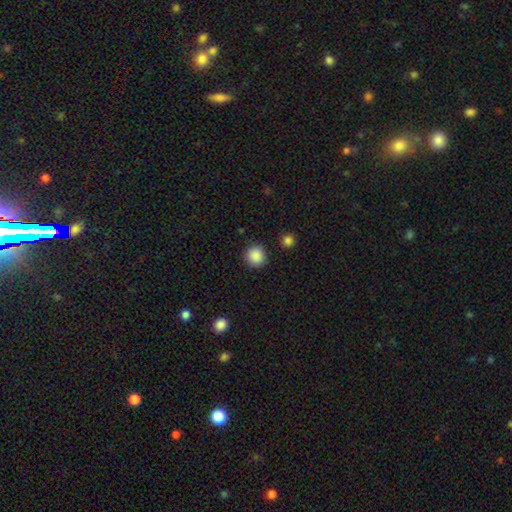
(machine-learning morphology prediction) smooth-or-featured: smooth: 88% | star or artifact: 9% | featured or disk: 3%
  how-rounded: round: 94% | in between: 5% | cigar-shaped: 1%
  merging: none: 89% | minor disturbance: 7% | major disturbance: 2% | merger: 2%